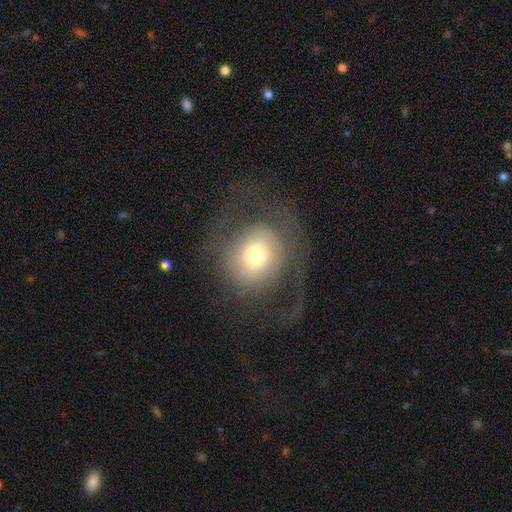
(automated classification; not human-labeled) Overall: smooth (50%; featured or disk 39%). How rounded: round (85%). Merging: none (50%; major disturbance 35%).